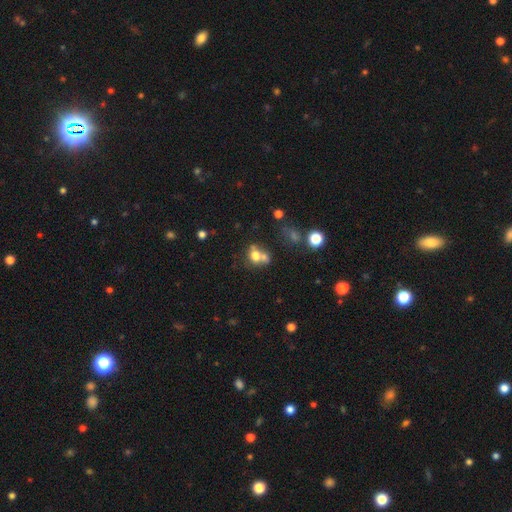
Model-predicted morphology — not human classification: Smooth or featured? Predicted: smooth (p=0.69). How rounded? Predicted: round (p=0.65). Merging? Predicted: merger (p=0.49).